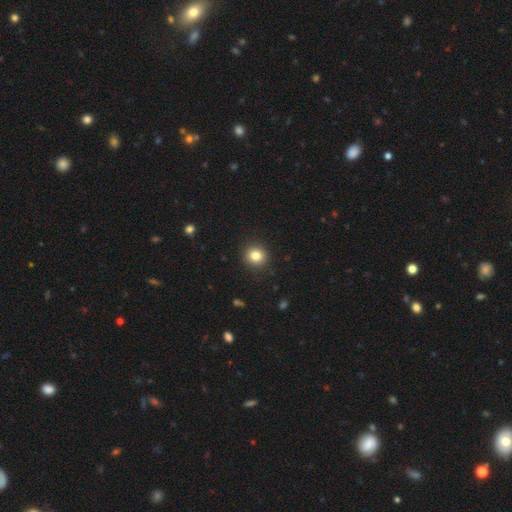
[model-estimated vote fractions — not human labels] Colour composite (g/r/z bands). It shows a smooth galaxy with no disk features (83%) that is round (87%). Merging: none (91%).